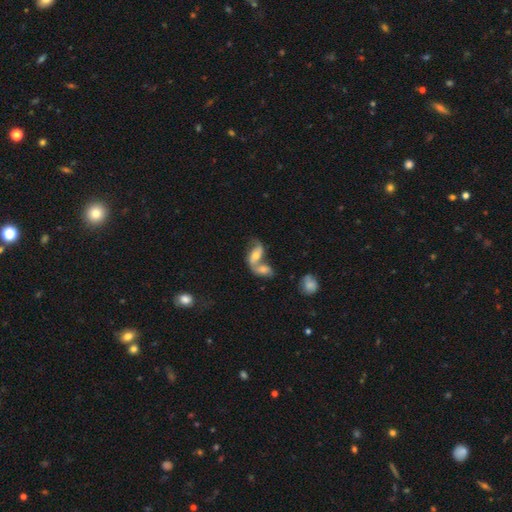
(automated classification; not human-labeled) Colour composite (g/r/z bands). It shows a featured or disk galaxy (61%) with no bar (48%), spiral arms (81%) and a moderate central bulge (56%). Merging: merger (63%).